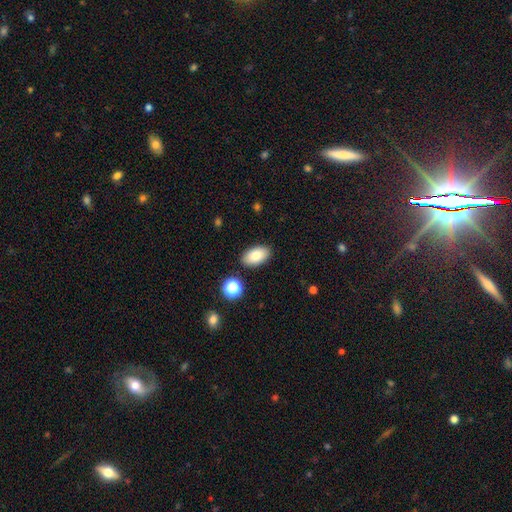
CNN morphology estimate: Smooth or featured?
  - smooth: 83% *
  - featured or disk: 9%
  - star or artifact: 8%
How rounded?
  - in between: 94% *
  - round: 4%
  - cigar-shaped: 2%
Merging?
  - none: 87% *
  - minor disturbance: 8%
  - merger: 2%
  - major disturbance: 2%